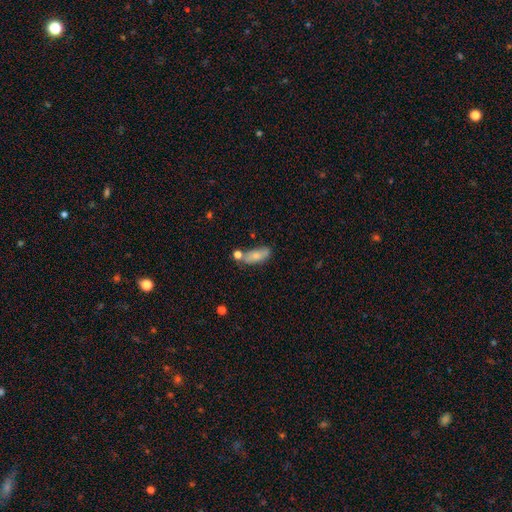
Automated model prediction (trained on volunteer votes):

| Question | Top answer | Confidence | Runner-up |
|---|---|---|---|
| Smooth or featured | smooth | 71% | featured or disk (22%) |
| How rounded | in between | 77% | cigar-shaped (19%) |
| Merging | none | 53% | merger (21%) |